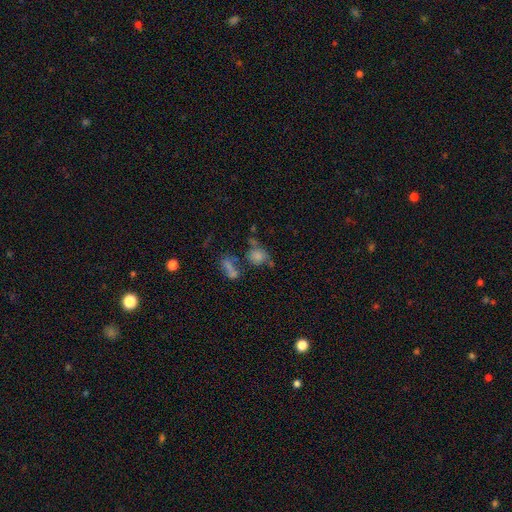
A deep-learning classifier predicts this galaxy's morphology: A smooth galaxy with no disk features (61%) that is round (65%).

Vote fractions:
- Smooth or featured? smooth: 61% / star or artifact: 20% / featured or disk: 19%
- How rounded? round: 65% / in between: 31% / cigar-shaped: 4%
- Merging? none: 43% / merger: 31% / minor disturbance: 15% / major disturbance: 12%